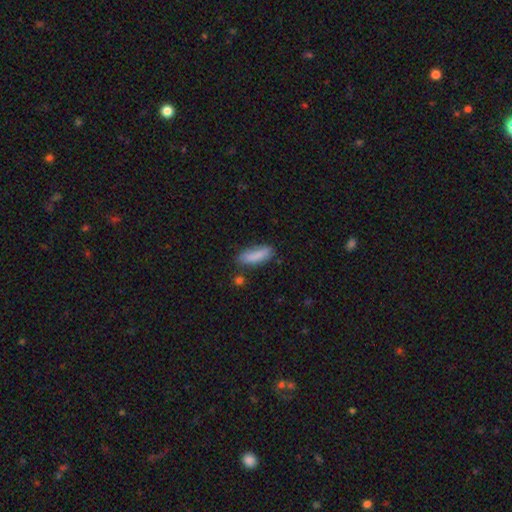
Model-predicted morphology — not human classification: The model was most divided on "how rounded": in between: 55%, cigar-shaped: 43%, round: 2%. More confident: smooth or featured — smooth (83%); merging — none (62%).